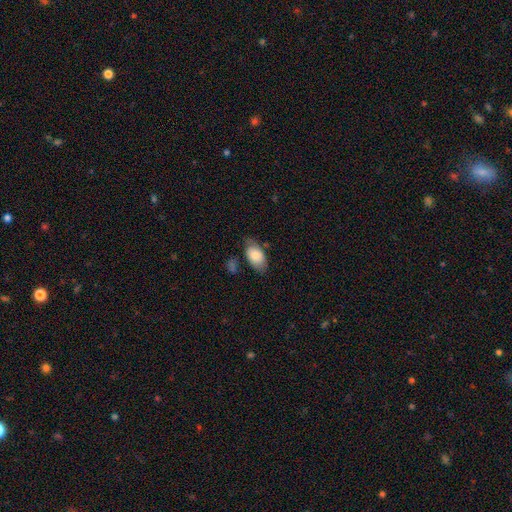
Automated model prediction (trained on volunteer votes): smooth_or_featured: smooth (p=0.78) [alt: featured or disk p=0.15]
how_rounded: in between (p=0.94) [alt: round p=0.04]
merging: none (p=0.60) [alt: minor disturbance p=0.26]